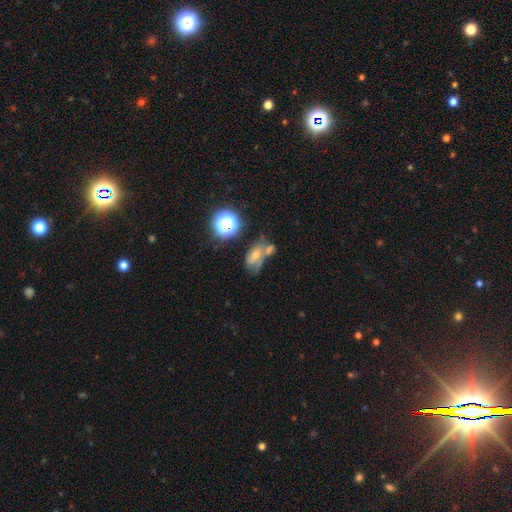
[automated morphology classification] This appears to be a featured or disk galaxy (37%). Merging: none (37%).